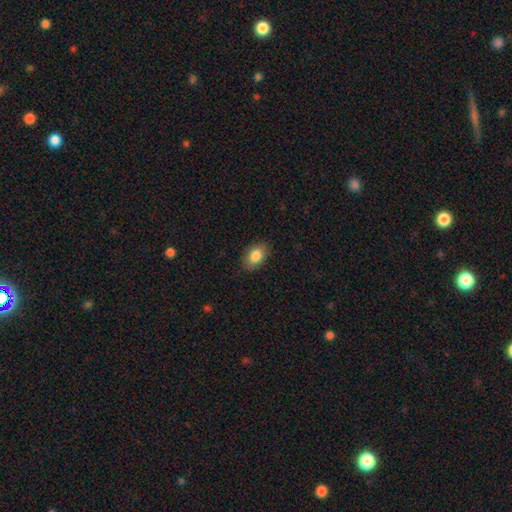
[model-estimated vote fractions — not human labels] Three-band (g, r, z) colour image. It shows a smooth galaxy with no disk features (85%) that is in between round and cigar-shaped (87%). Merging: none (85%).